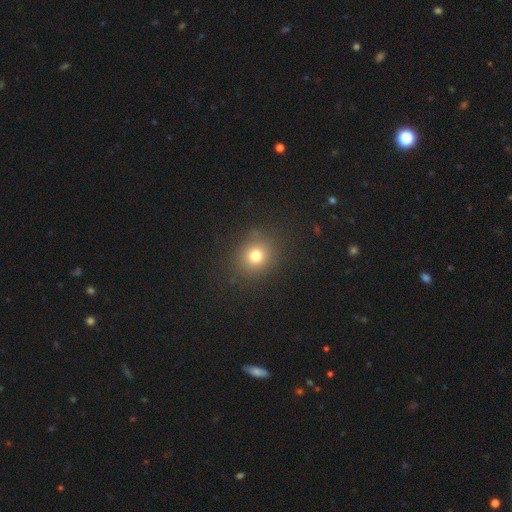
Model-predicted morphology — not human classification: Smooth or featured?
  - smooth: 75% *
  - star or artifact: 17%
  - featured or disk: 8%
How rounded?
  - round: 81% *
  - in between: 18%
  - cigar-shaped: 1%
Merging?
  - none: 86% *
  - minor disturbance: 9%
  - major disturbance: 4%
  - merger: 1%